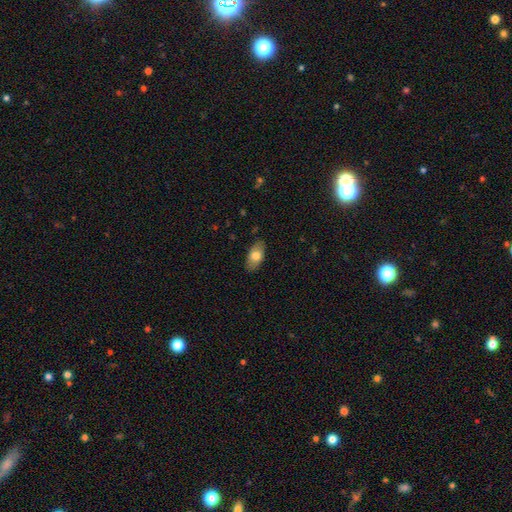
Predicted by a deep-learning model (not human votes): Q: Smooth or featured?
A: smooth (73%); runner-up: featured or disk (20%)
Q: How rounded?
A: in between (91%); runner-up: cigar-shaped (5%)
Q: Merging?
A: none (85%); runner-up: minor disturbance (12%)